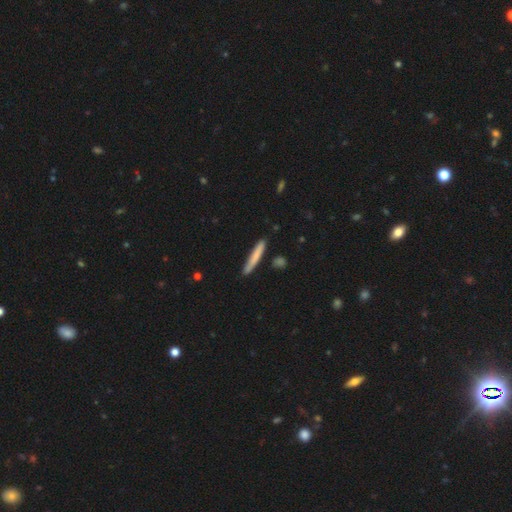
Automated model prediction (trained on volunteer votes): Overall: smooth (76%). How rounded: cigar-shaped (95%). Merging: none (83%).